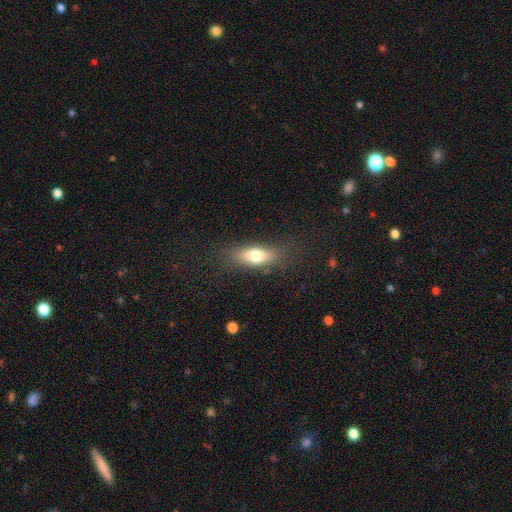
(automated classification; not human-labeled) Morphology: type=smooth (73%); roundness=in between (70%); merging=none (79%).